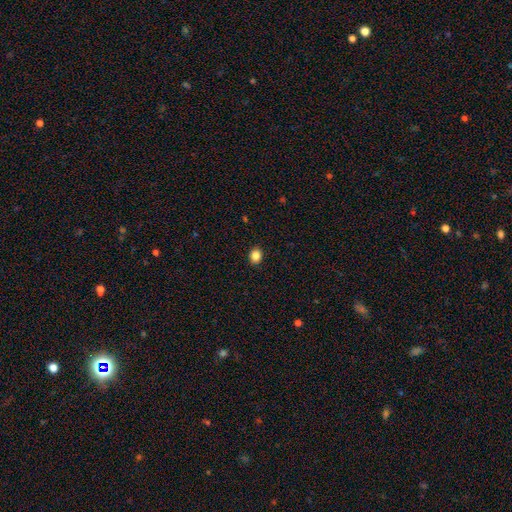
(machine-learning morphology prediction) Smooth or featured: smooth — 85% (star or artifact — 10%)
How rounded: round — 57% (in between — 42%)
Merging: none — 91% (minor disturbance — 6%)